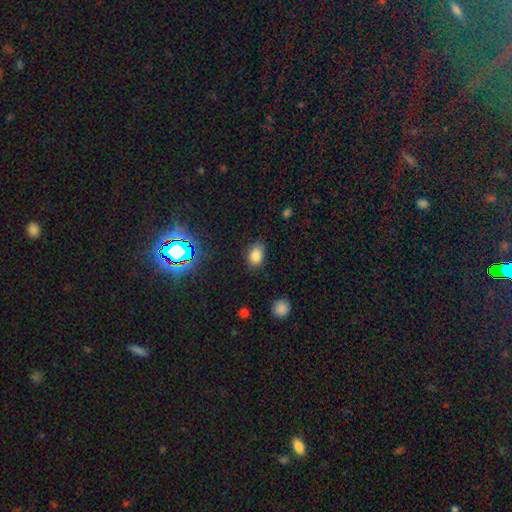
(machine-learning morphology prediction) This appears to be a smooth galaxy with no disk features (81%) that is in between round and cigar-shaped (81%). Merging: none (80%).